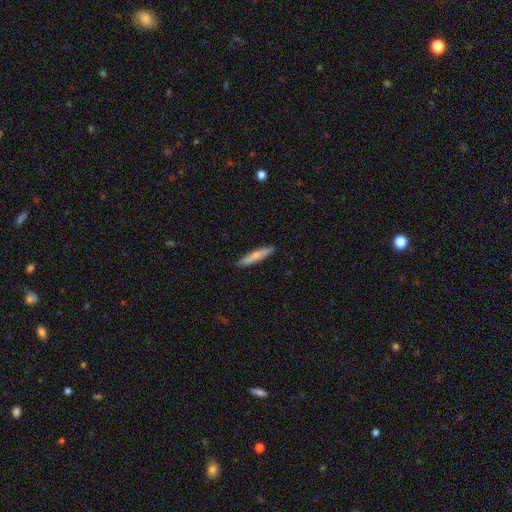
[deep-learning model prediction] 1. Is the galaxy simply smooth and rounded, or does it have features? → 70% smooth, 24% featured or disk, 6% star or artifact.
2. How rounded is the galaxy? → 88% cigar-shaped, 11% in between, 2% round.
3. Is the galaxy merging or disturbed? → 89% none, 8% minor disturbance, 2% major disturbance, 1% merger.